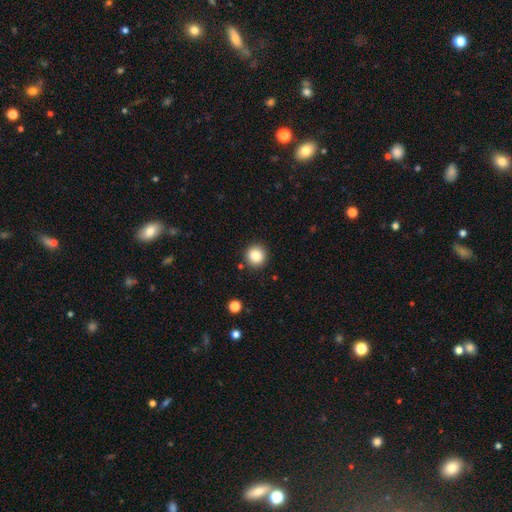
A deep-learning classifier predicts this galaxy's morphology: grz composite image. It shows a smooth galaxy with no disk features (85%) that is round (95%). Merging: none (90%).